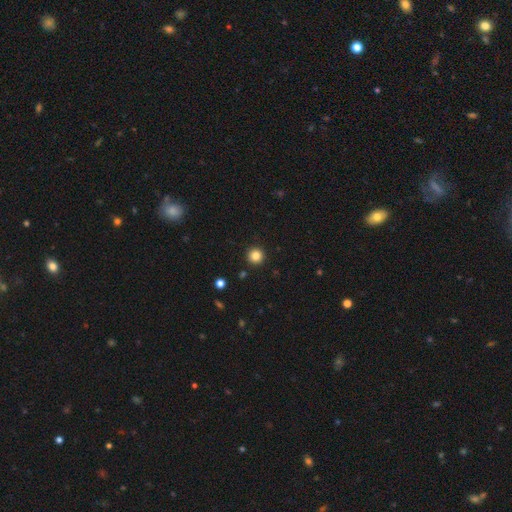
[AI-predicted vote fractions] A smooth galaxy with no disk features (83%) that is round (96%). Merging: none (93%).